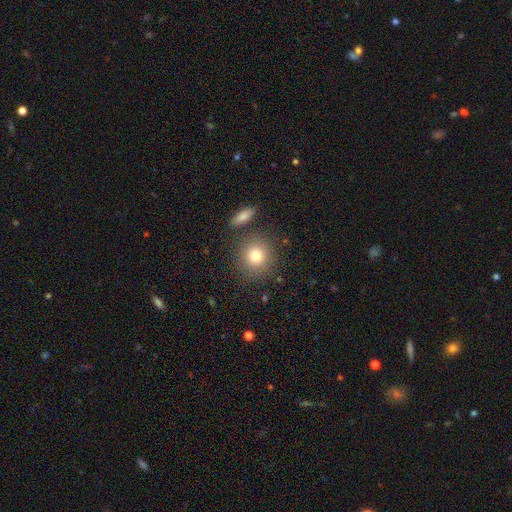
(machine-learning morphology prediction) smooth_or_featured: smooth (p=0.79) [alt: star or artifact p=0.11]
how_rounded: round (p=0.88) [alt: in between p=0.10]
merging: none (p=0.82) [alt: minor disturbance p=0.09]